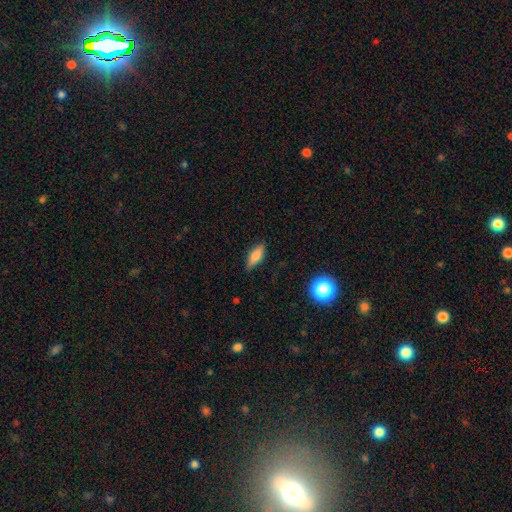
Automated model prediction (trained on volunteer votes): smooth 72%, featured or disk 20%, star or artifact 8%. Down the decision tree: how rounded — in between (66%); merging — none (84%).